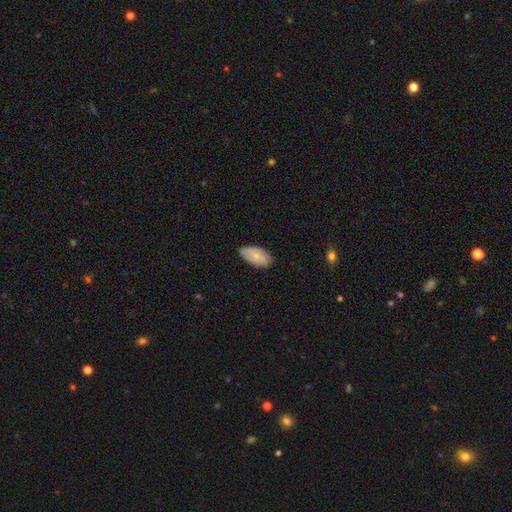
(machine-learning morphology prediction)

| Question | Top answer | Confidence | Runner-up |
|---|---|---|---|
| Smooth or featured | smooth | 78% | featured or disk (16%) |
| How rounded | in between | 94% | cigar-shaped (3%) |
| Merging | none | 76% | minor disturbance (20%) |